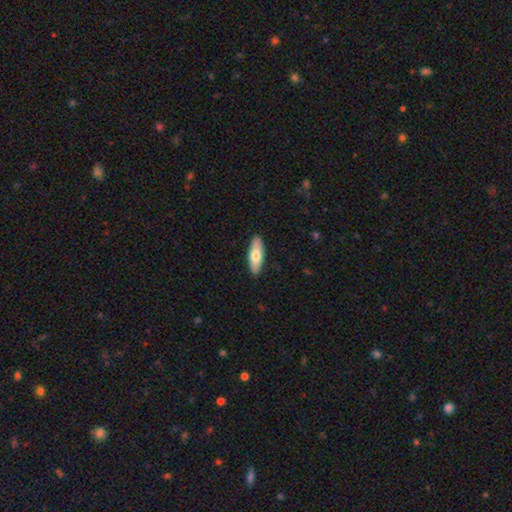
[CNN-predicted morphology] A smooth galaxy with no disk features (70%) that is in between round and cigar-shaped (63%). Merging: none (89%).